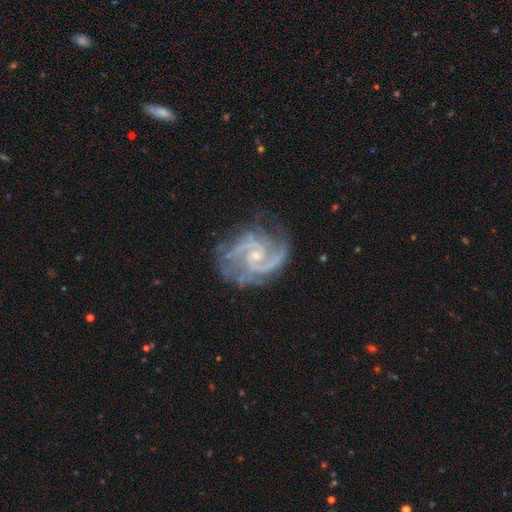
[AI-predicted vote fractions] smooth-or-featured: featured or disk: 93% | star or artifact: 5% | smooth: 3%
  disk-edge-on: no: 98% | yes: 2%
    bar: no: 55% | weak: 37% | strong: 8%
    has-spiral-arms: yes: 98% | no: 2%
      spiral-winding: medium: 54% | tight: 36% | loose: 10%
      spiral-arm-count: 2: 70% | 3: 13% | can't tell: 6% | 4: 4% | 1: 3% | more than 4: 3%
    bulge-size: small: 73% | moderate: 21% | none: 4% | large: 1% | dominant: 1%
  merging: none: 68% | minor disturbance: 20% | major disturbance: 10% | merger: 2%